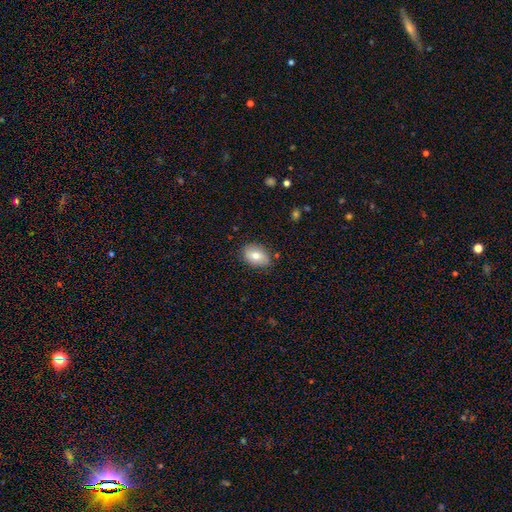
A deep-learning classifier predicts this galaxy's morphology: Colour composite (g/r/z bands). It shows a smooth galaxy with no disk features (73%) that is in between round and cigar-shaped (82%). Merging: none (80%).